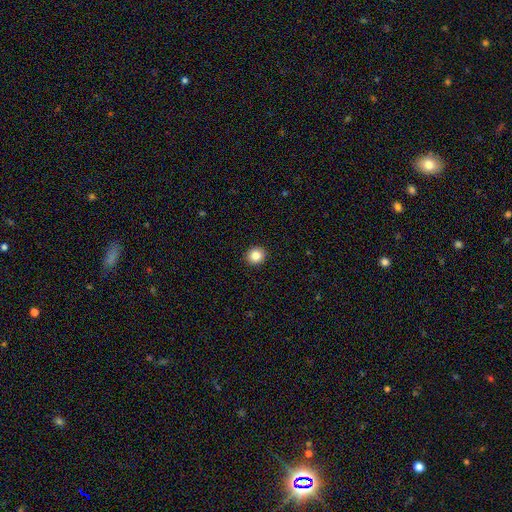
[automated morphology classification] Smooth or featured? Predicted: smooth (p=0.85). How rounded? Predicted: round (p=0.86). Merging? Predicted: none (p=0.93).